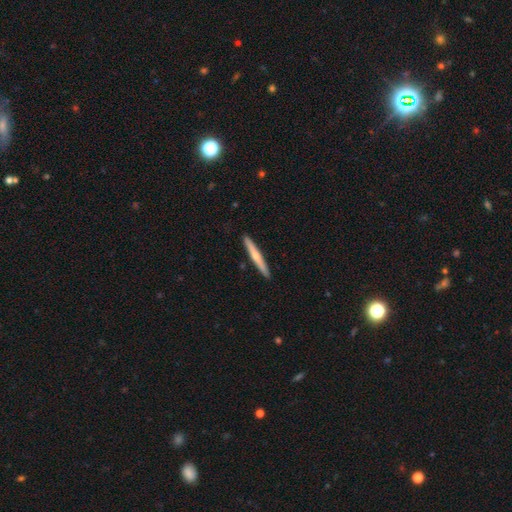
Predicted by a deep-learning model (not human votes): featured or disk 48%, smooth 47%, star or artifact 5%. Down the decision tree: merging — none (92%).